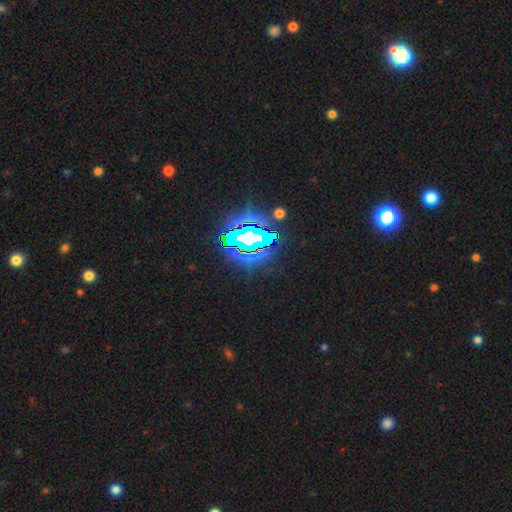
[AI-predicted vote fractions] This appears to be a star or artifact, not a galaxy (85%).